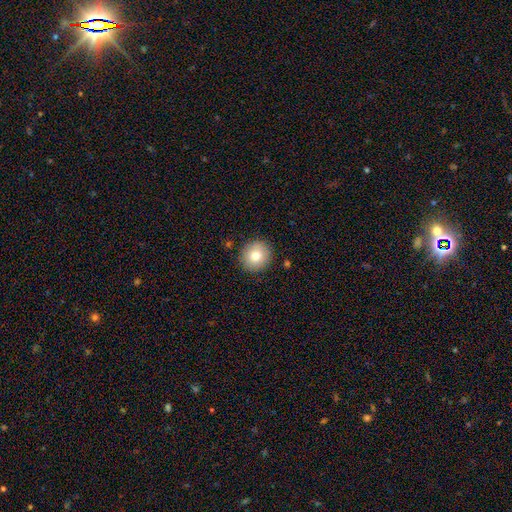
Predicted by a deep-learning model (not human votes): A smooth galaxy with no disk features (79%) that is round (89%). Merging: none (89%).